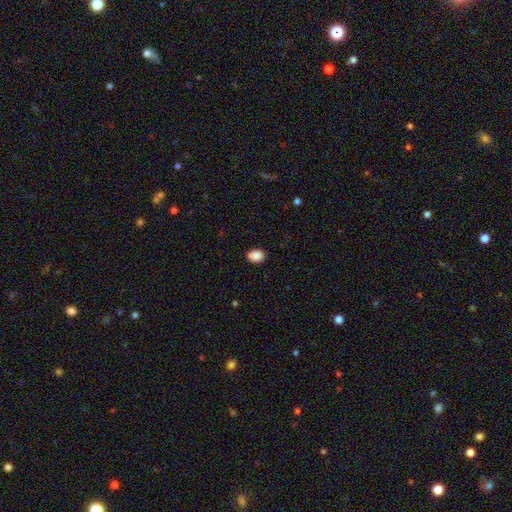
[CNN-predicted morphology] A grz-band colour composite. It shows a smooth galaxy with no disk features (89%) that is in between round and cigar-shaped (74%). Merging: none (87%).